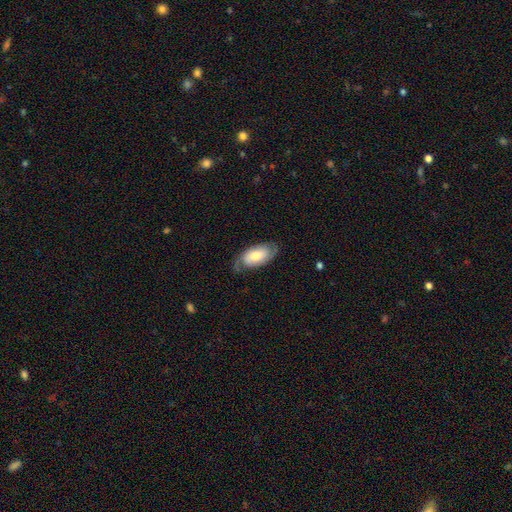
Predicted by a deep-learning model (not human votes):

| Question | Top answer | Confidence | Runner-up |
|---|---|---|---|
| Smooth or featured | smooth | 52% | featured or disk (42%) |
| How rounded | in between | 93% | cigar-shaped (4%) |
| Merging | none | 63% | minor disturbance (26%) |